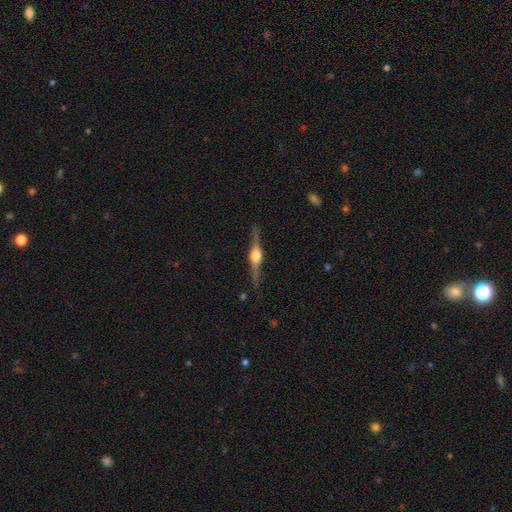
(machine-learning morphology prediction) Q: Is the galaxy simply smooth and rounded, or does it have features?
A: featured or disk — 83%.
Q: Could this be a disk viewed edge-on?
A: yes — 98%.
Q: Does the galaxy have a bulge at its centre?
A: rounded — 92%.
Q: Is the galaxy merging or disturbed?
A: none — 87%.